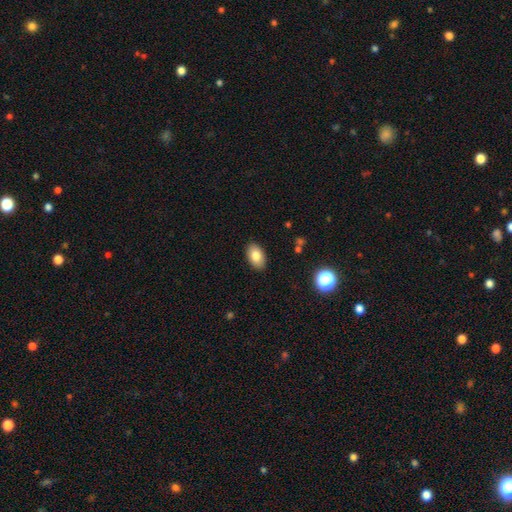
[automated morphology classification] The model was most divided on "smooth or featured": smooth: 81%, featured or disk: 10%, star or artifact: 8%. More confident: how rounded — in between (92%); merging — none (89%).